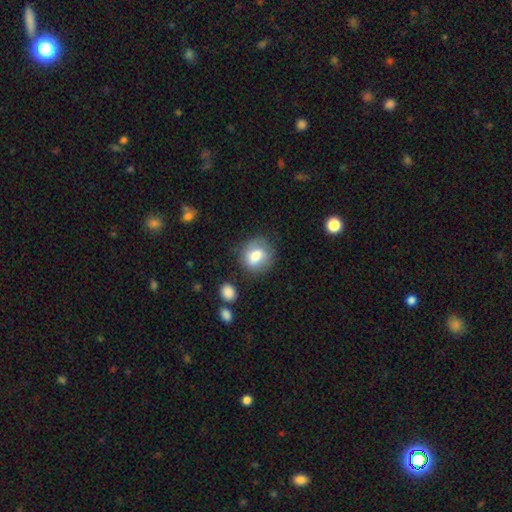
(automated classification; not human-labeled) smooth-or-featured: smooth: 75% | featured or disk: 17% | star or artifact: 8%
  how-rounded: round: 69% | in between: 29% | cigar-shaped: 1%
  merging: none: 72% | minor disturbance: 18% | major disturbance: 6% | merger: 3%